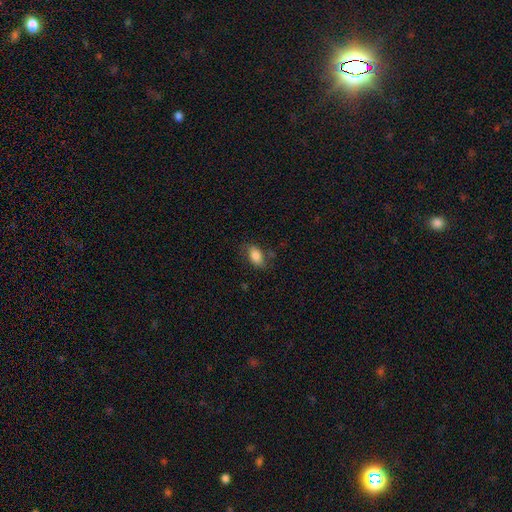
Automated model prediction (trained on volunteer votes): Morphology: type=smooth (80%); roundness=in between (90%); merging=none (68%).